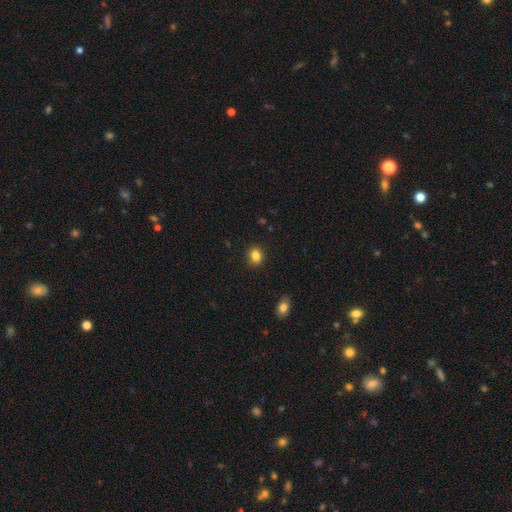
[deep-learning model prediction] Q: Smooth or featured?
A: smooth (84%); runner-up: star or artifact (11%)
Q: How rounded?
A: round (67%); runner-up: in between (32%)
Q: Merging?
A: none (89%); runner-up: minor disturbance (8%)